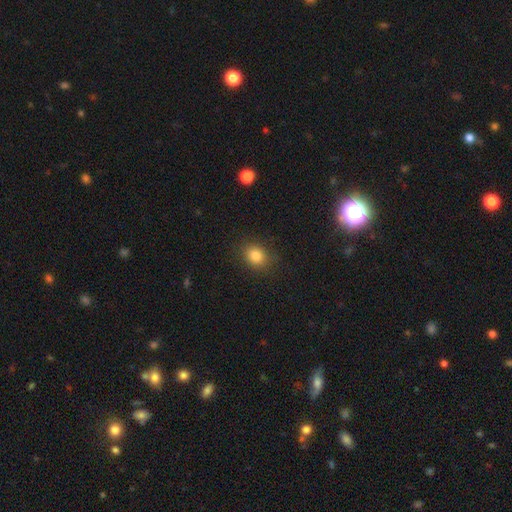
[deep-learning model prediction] Smooth or featured? Predicted: smooth (p=0.83). How rounded? Predicted: round (p=0.54). Merging? Predicted: none (p=0.86).